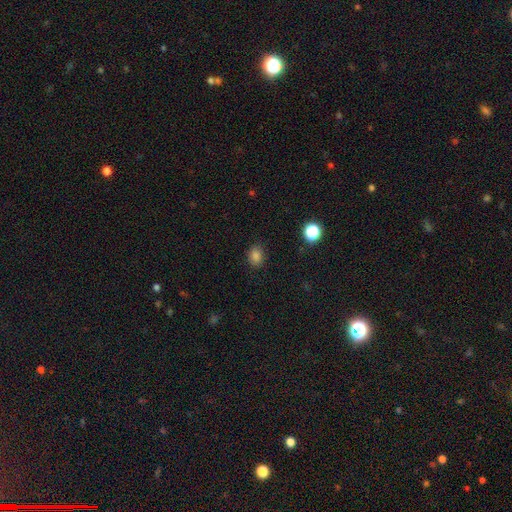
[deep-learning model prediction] The model was most divided on "how rounded": in between: 58%, round: 41%, cigar-shaped: 1%. More confident: merging — none (85%); smooth or featured — smooth (82%).